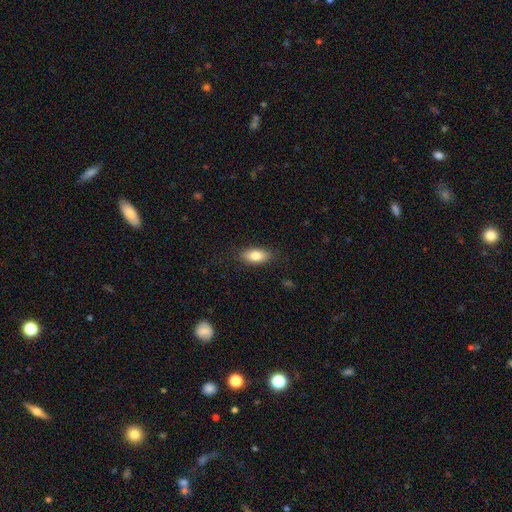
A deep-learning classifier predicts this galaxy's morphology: smooth_or_featured: smooth (p=0.81) [alt: featured or disk p=0.12]
how_rounded: in between (p=0.87) [alt: cigar-shaped p=0.09]
merging: none (p=0.85) [alt: minor disturbance p=0.11]